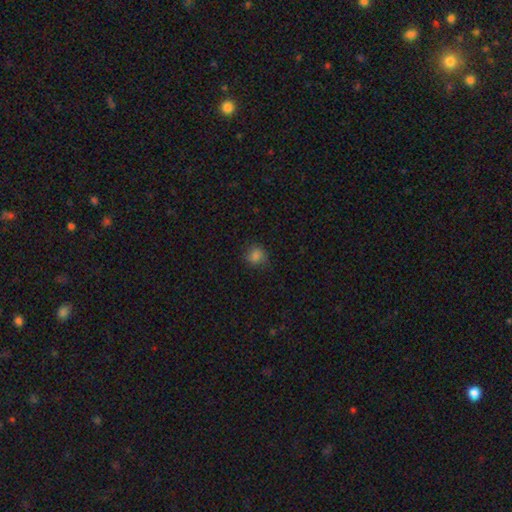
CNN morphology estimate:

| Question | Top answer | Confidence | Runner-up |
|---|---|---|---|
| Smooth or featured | smooth | 83% | star or artifact (13%) |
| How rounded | round | 86% | in between (13%) |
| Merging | none | 81% | minor disturbance (15%) |